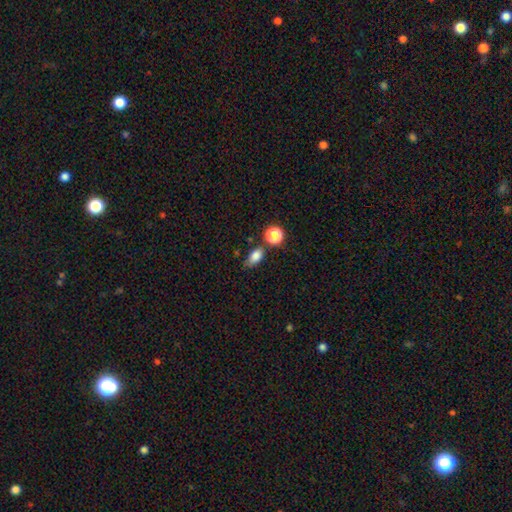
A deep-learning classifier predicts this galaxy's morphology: Smooth or featured? smooth (82%)
How rounded? in between (79%)
Merging? none (61%)